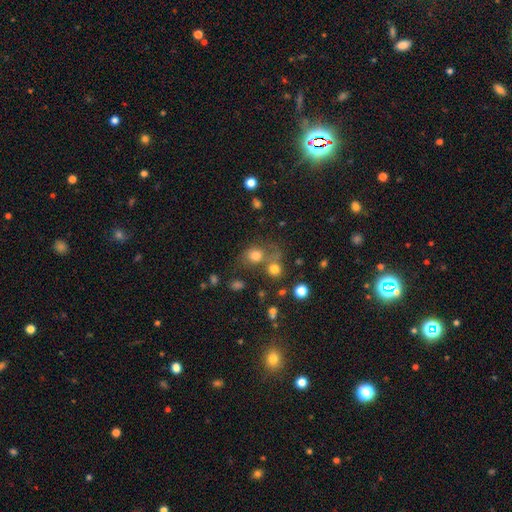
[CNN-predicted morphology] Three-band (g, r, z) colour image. It shows a smooth galaxy with no disk features (74%) that is round (70%). Merging: none (51%).